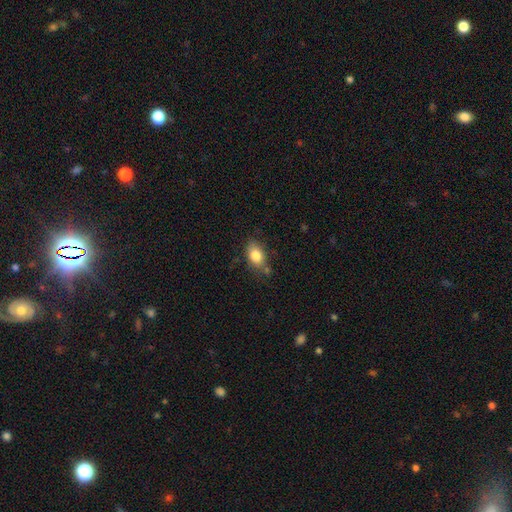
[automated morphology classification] Overall: smooth (82%). How rounded: in between (84%). Merging: none (69%).